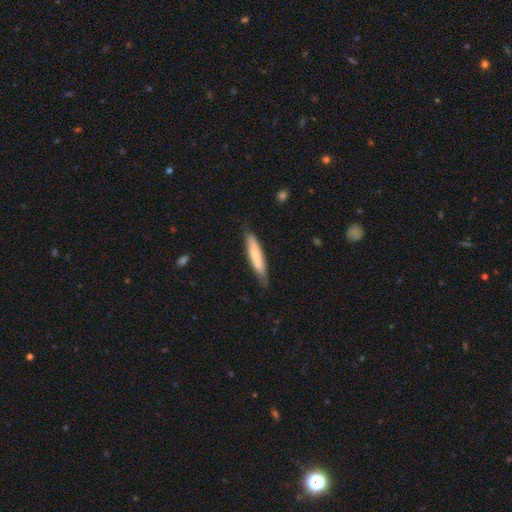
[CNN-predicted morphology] A smooth galaxy with no disk features (71%) that is cigar-shaped (87%).

Vote fractions:
- Smooth or featured? smooth: 71% / featured or disk: 23% / star or artifact: 5%
- How rounded? cigar-shaped: 87% / in between: 12% / round: 1%
- Merging? none: 75% / minor disturbance: 20% / major disturbance: 3% / merger: 1%